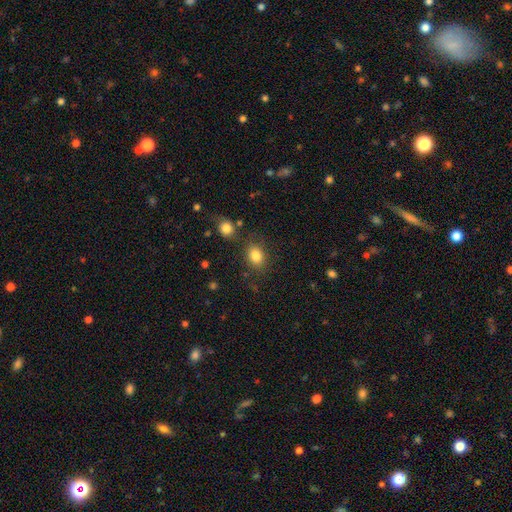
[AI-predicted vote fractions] Smooth or featured? Predicted: smooth (p=0.83). How rounded? Predicted: in between (p=0.62). Merging? Predicted: none (p=0.75).